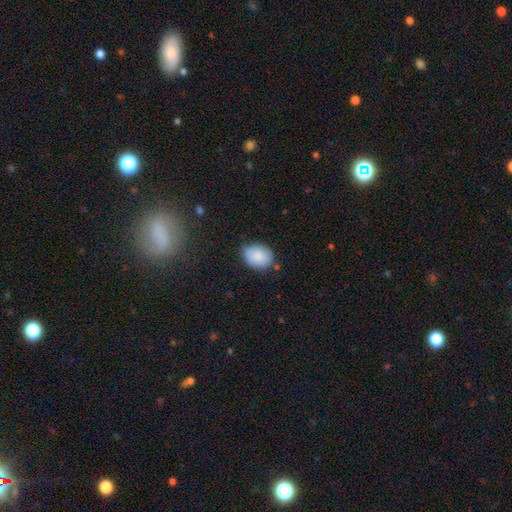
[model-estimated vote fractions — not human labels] Smooth or featured? Predicted: smooth (p=0.87). How rounded? Predicted: in between (p=0.58). Merging? Predicted: none (p=0.74).